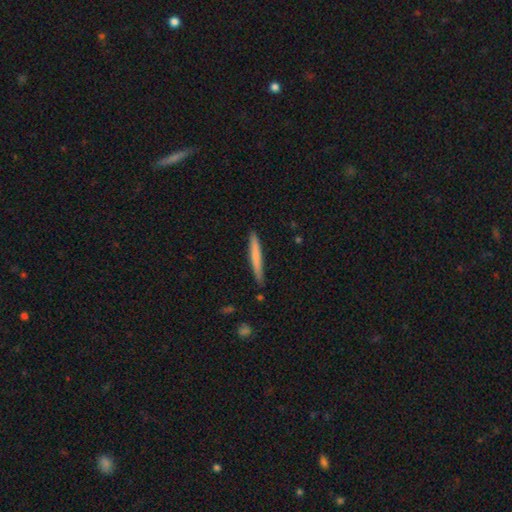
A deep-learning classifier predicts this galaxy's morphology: A smooth galaxy with no disk features (68%) that is cigar-shaped (96%). Merging: none (83%).